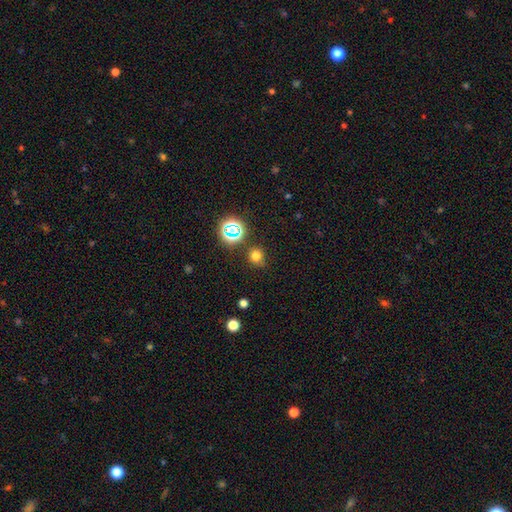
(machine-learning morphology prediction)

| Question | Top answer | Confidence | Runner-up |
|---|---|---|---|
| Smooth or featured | smooth | 72% | star or artifact (22%) |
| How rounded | round | 88% | in between (11%) |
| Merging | none | 81% | minor disturbance (13%) |